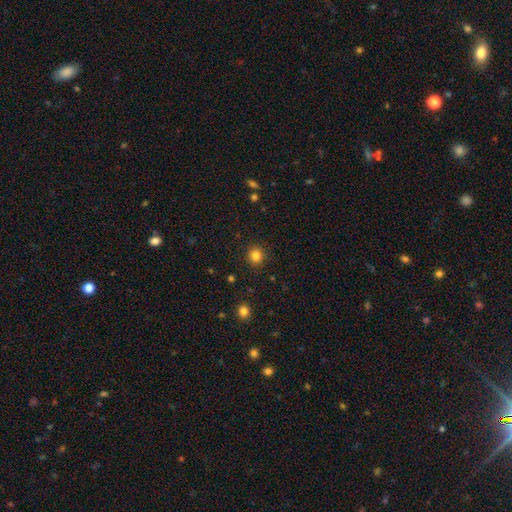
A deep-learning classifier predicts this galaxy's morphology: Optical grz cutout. It shows a smooth galaxy with no disk features (83%) that is round (91%). Merging: none (91%).